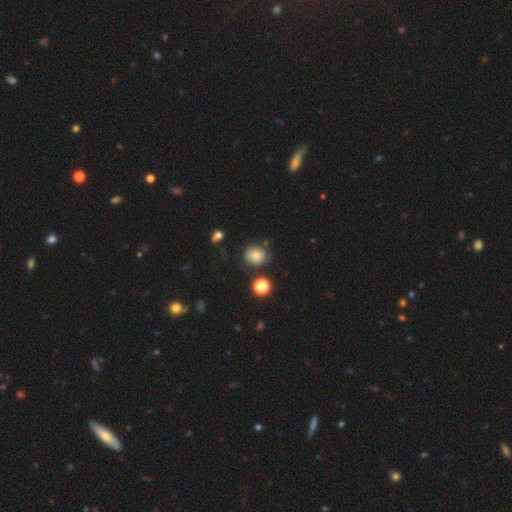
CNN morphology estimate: This is likely a smooth galaxy (76%). How rounded: likely round (79%). Merging: likely none (72%).